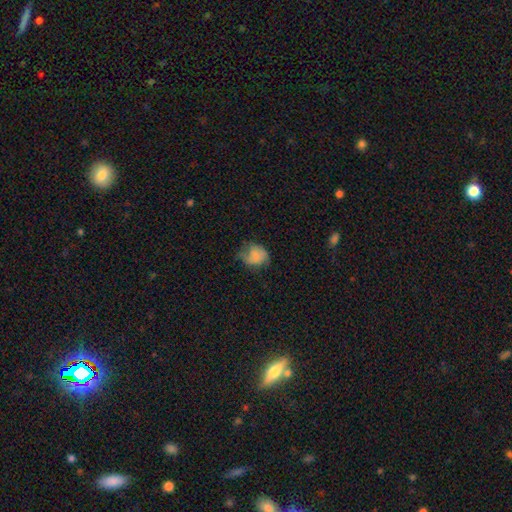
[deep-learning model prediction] A smooth galaxy with no disk features (72%) that is round (53%).

Vote fractions:
- Smooth or featured? smooth: 72% / featured or disk: 18% / star or artifact: 10%
- How rounded? round: 53% / in between: 46% / cigar-shaped: 1%
- Merging? none: 43% / minor disturbance: 35% / major disturbance: 20% / merger: 2%